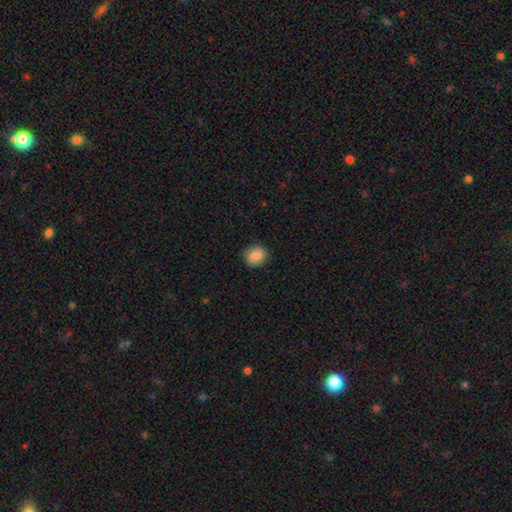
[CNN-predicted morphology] A smooth galaxy with no disk features (86%) that is round (80%). Merging: none (85%).